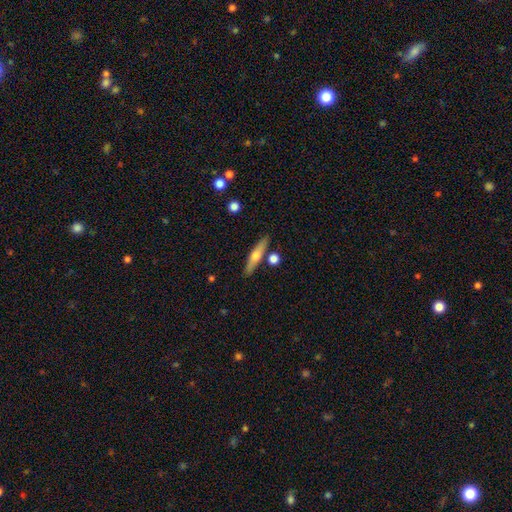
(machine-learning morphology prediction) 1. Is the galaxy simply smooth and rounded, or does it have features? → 48% featured or disk, 46% smooth, 6% star or artifact.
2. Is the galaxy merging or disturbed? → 82% none, 9% minor disturbance, 6% merger, 2% major disturbance.